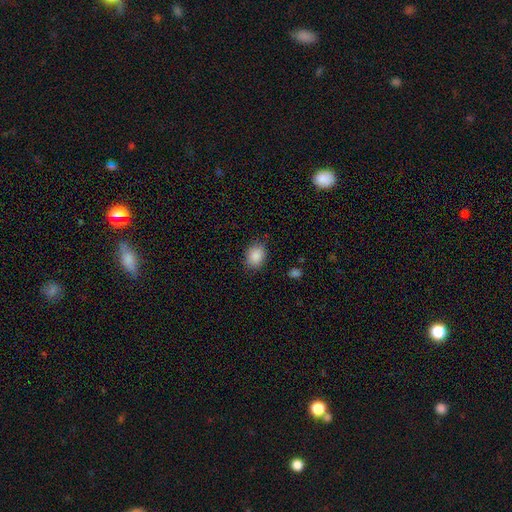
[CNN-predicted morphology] This is clearly a smooth galaxy (88%). How rounded: possibly in between (60%). Merging: clearly none (81%).